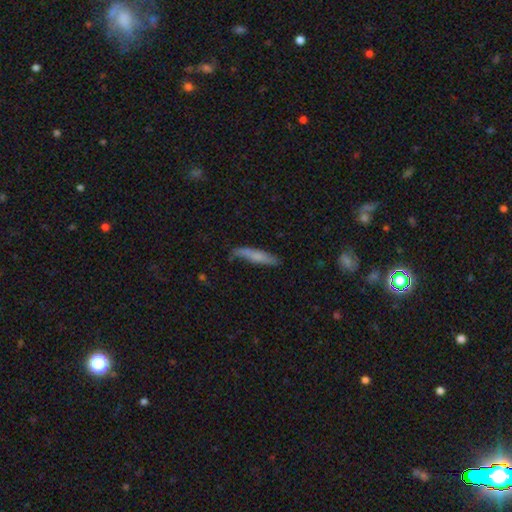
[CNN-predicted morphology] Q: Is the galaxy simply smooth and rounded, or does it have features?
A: smooth — 63%.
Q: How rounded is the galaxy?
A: cigar-shaped — 88%.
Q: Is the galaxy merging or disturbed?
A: none — 71%.